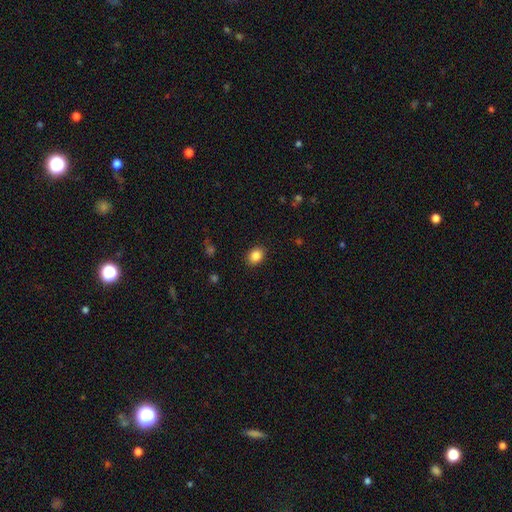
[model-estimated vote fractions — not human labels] smooth 86%, star or artifact 9%, featured or disk 5%. Down the decision tree: how rounded — in between (56%); merging — none (89%).